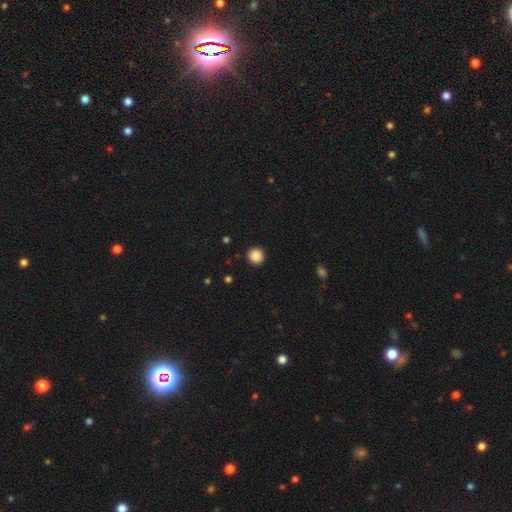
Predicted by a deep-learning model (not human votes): Smooth or featured? Predicted: smooth (p=0.88). How rounded? Predicted: round (p=0.95). Merging? Predicted: none (p=0.92).